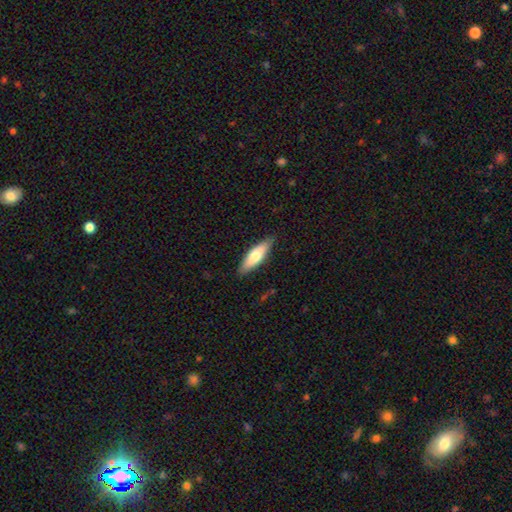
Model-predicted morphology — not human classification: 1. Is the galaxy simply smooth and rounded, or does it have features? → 68% smooth, 26% featured or disk, 5% star or artifact.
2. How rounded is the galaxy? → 52% cigar-shaped, 46% in between, 2% round.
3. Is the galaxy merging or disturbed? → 86% none, 11% minor disturbance, 2% major disturbance, 1% merger.